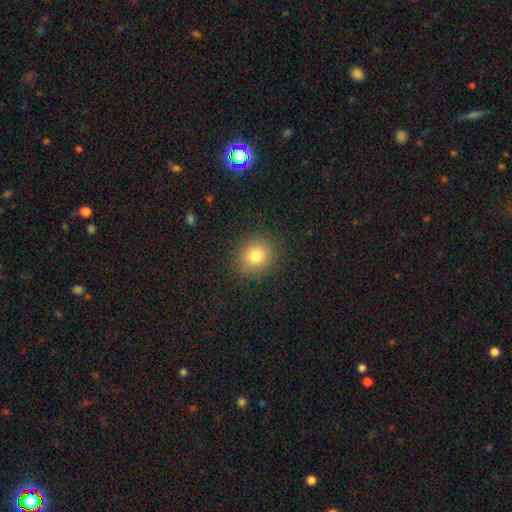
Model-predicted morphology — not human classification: Smooth or featured? smooth (80%)
How rounded? round (82%)
Merging? none (88%)